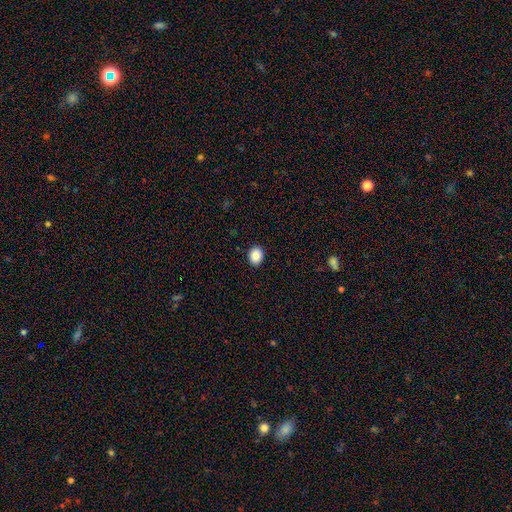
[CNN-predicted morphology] Q: Smooth or featured?
A: smooth (88%); runner-up: star or artifact (8%)
Q: How rounded?
A: in between (53%); runner-up: round (46%)
Q: Merging?
A: none (91%); runner-up: minor disturbance (6%)